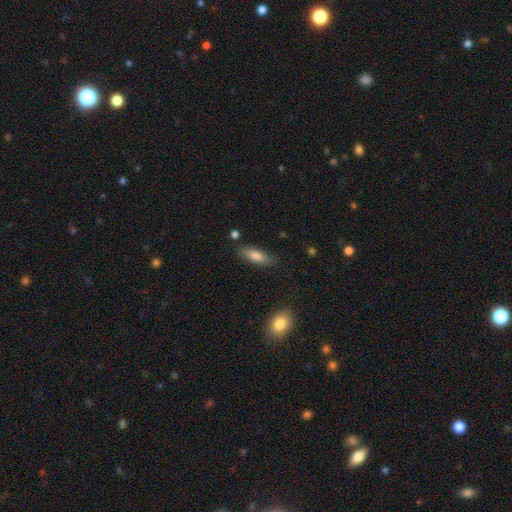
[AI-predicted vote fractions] Morphology: type=smooth (77%); roundness=in between (58%); merging=none (81%).